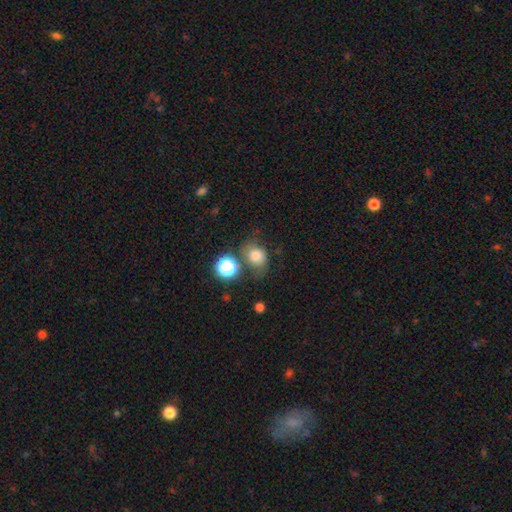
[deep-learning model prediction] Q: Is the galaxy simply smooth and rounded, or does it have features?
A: smooth — 72%.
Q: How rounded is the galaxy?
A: round — 59%.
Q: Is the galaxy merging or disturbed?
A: none — 57%.